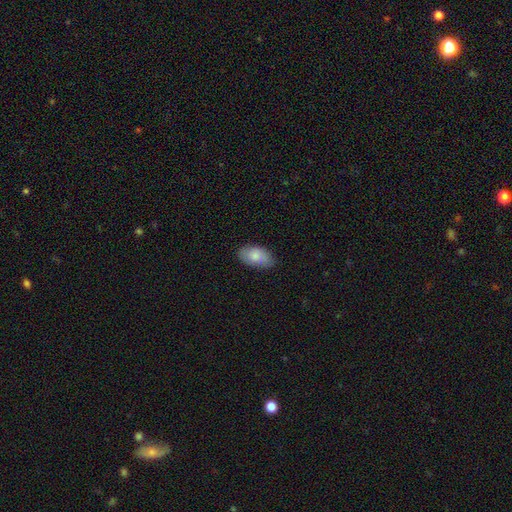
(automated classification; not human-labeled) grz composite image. It shows a smooth galaxy with no disk features (83%) that is in between round and cigar-shaped (94%). Merging: none (81%).